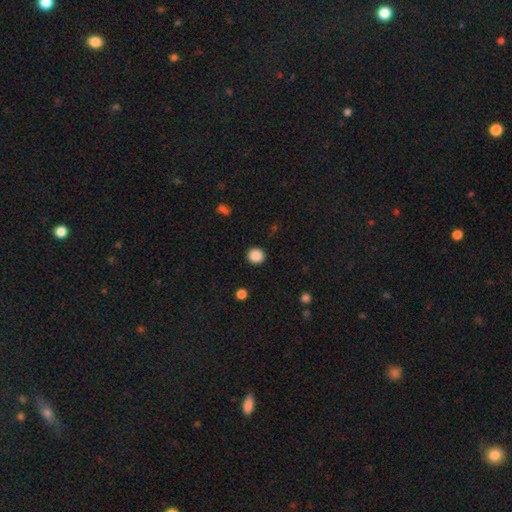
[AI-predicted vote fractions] Overall: smooth (88%). How rounded: round (91%). Merging: none (92%).